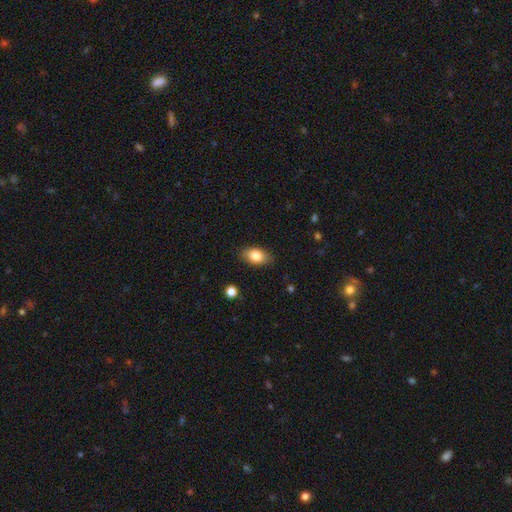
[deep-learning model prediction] smooth 83%, featured or disk 9%, star or artifact 8%. Down the decision tree: how rounded — in between (89%); merging — none (84%).